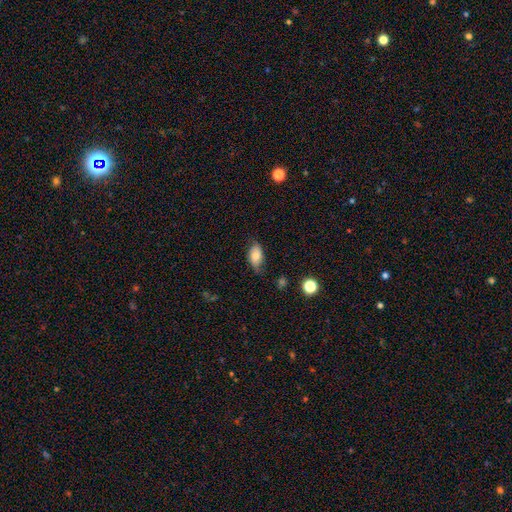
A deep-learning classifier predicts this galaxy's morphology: smooth_or_featured: smooth (p=0.75) [alt: featured or disk p=0.17]
how_rounded: in between (p=0.91) [alt: round p=0.06]
merging: none (p=0.64) [alt: minor disturbance p=0.29]